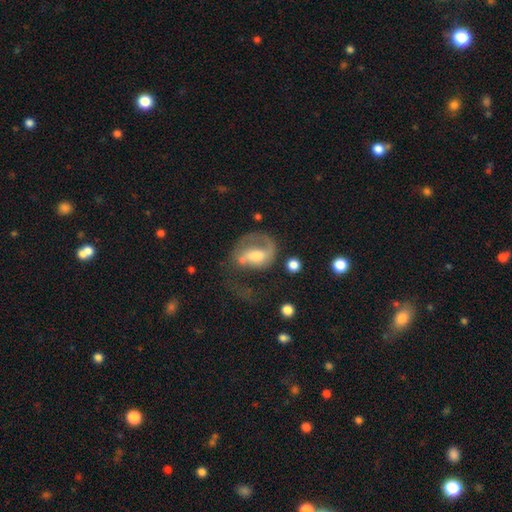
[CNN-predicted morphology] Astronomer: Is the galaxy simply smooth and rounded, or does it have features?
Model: featured or disk — 68%.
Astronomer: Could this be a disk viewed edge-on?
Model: no — 97%.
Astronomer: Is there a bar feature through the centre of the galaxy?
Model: weak — 42% (runner-up: no, 40%).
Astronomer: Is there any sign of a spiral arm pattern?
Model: yes — 84%.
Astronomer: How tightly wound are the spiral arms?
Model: medium — 42% (runner-up: loose, 35%).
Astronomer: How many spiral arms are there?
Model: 1 — 58%.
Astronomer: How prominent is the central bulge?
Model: moderate — 47%.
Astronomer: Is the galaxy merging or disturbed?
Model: major disturbance — 38% (runner-up: none, 37%).